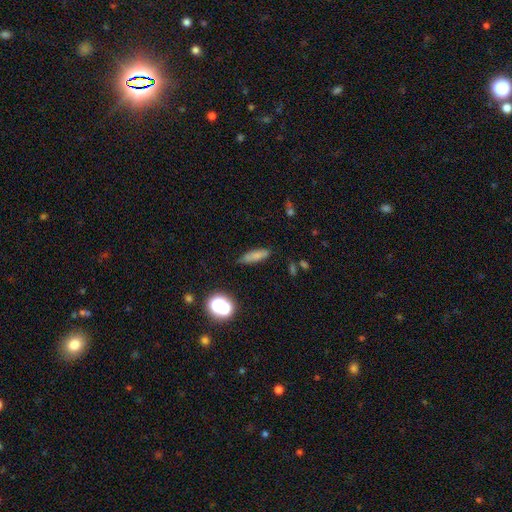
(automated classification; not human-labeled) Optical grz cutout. It shows a smooth galaxy with no disk features (75%) that is cigar-shaped (58%). Merging: none (76%).